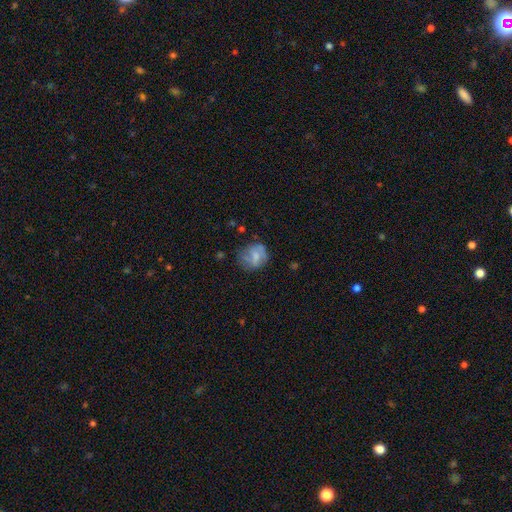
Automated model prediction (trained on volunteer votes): Morphology: type=smooth (52%); roundness=round (65%); merging=none (56%).